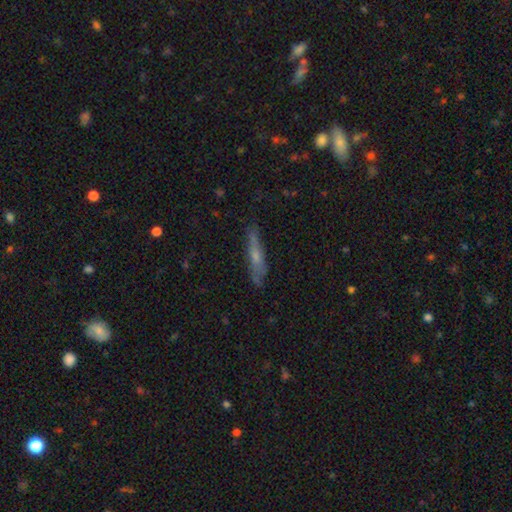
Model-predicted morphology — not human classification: This is possibly a featured or disk galaxy (46%). Merging: likely none (76%).